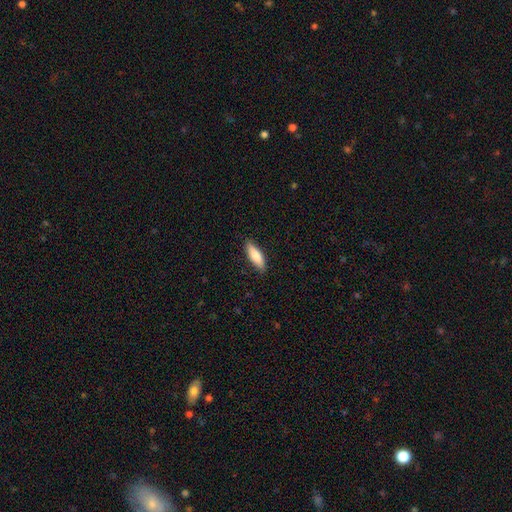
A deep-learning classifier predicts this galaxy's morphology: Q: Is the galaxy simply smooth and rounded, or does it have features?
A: smooth — 81%.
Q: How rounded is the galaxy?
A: in between — 53%.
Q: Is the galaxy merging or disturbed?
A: none — 85%.